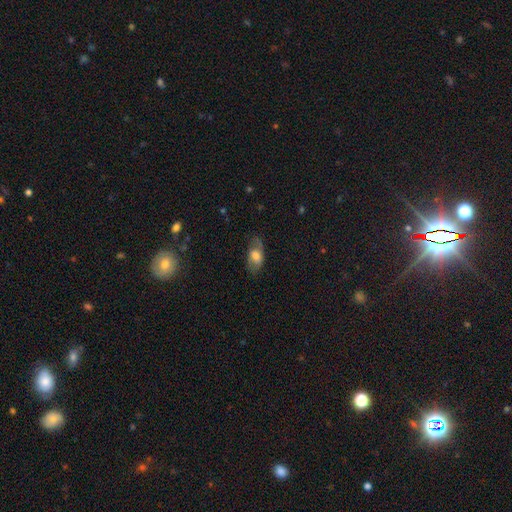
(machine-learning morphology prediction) smooth-or-featured: smooth: 52% | featured or disk: 40% | star or artifact: 8%
  how-rounded: in between: 88% | round: 7% | cigar-shaped: 4%
  merging: none: 64% | minor disturbance: 23% | major disturbance: 11% | merger: 2%